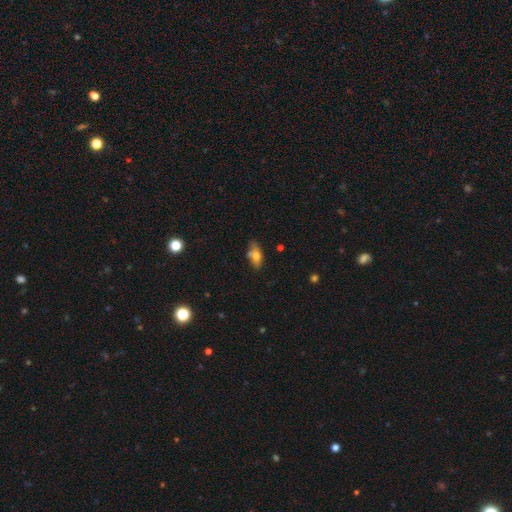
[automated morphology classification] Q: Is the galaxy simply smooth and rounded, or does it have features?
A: smooth — 64%.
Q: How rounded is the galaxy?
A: in between — 81%.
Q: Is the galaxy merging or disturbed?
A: none — 53%.